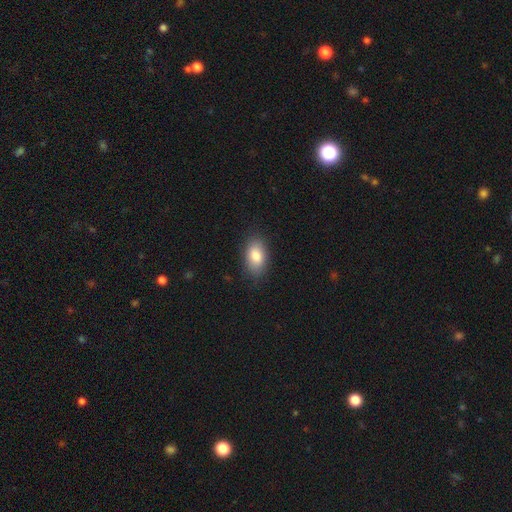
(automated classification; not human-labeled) Smooth or featured? smooth (84%)
How rounded? in between (91%)
Merging? none (83%)